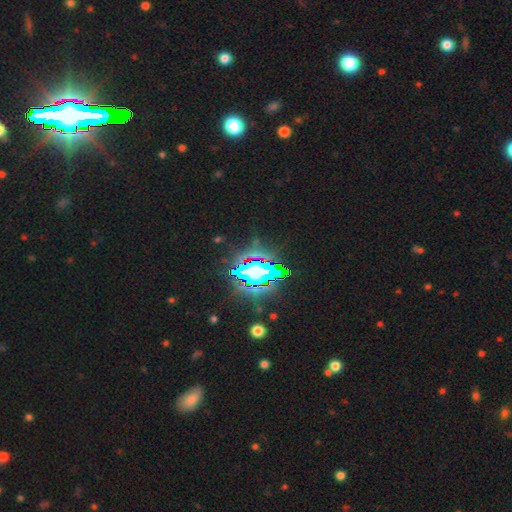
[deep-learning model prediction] This appears to be a star or artifact, not a galaxy (66%).